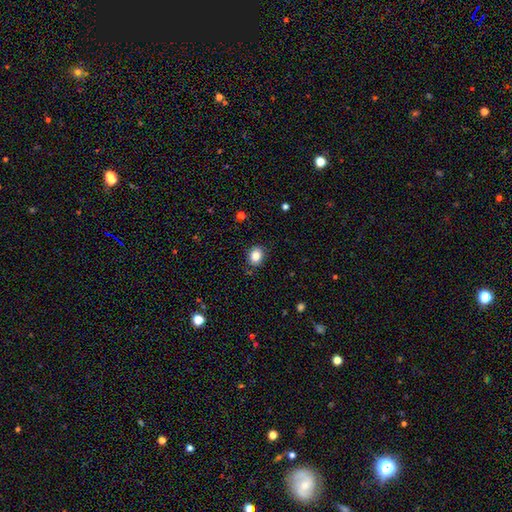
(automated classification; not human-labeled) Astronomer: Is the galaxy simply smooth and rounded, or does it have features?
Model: smooth — 85%.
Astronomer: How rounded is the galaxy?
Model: in between — 54% (runner-up: round, 46%).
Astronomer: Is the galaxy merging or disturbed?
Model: none — 84%.